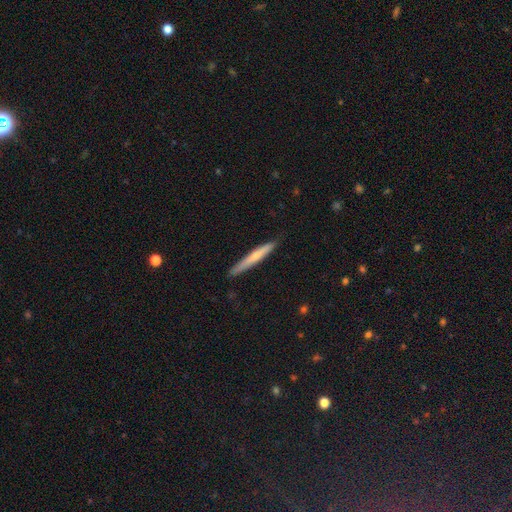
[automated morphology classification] The model was most divided on "smooth or featured": smooth: 57%, featured or disk: 38%, star or artifact: 5%. More confident: how rounded — cigar-shaped (96%); merging — none (86%).